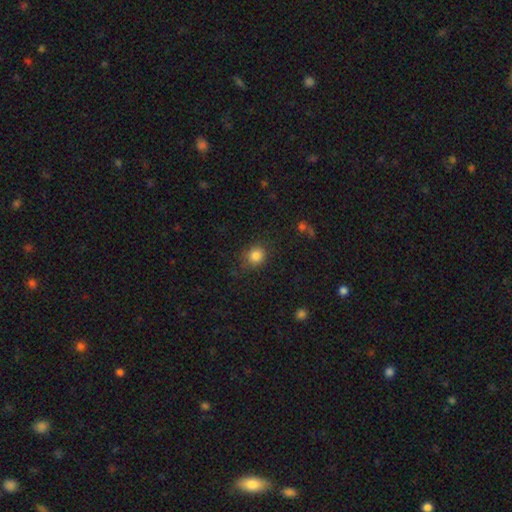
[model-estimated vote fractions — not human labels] smooth-or-featured: smooth: 84% | star or artifact: 11% | featured or disk: 5%
  how-rounded: round: 80% | in between: 19% | cigar-shaped: 1%
  merging: none: 81% | minor disturbance: 13% | major disturbance: 4% | merger: 2%